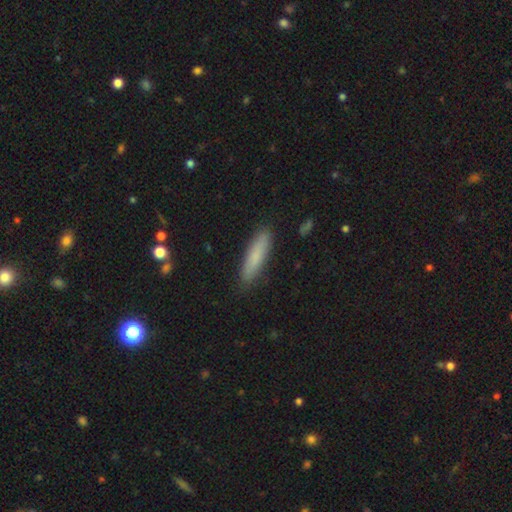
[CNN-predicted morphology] Smooth or featured? Predicted: smooth (p=0.81). How rounded? Predicted: cigar-shaped (p=0.78). Merging? Predicted: none (p=0.88).